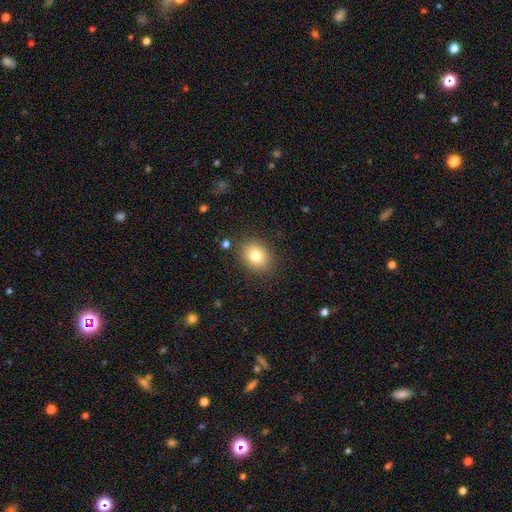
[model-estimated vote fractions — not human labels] Smooth or featured? Predicted: smooth (p=0.79). How rounded? Predicted: round (p=0.54). Merging? Predicted: none (p=0.87).